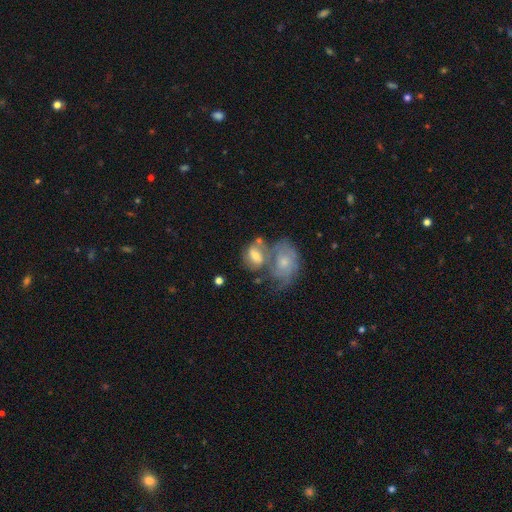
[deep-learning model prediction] Overall: featured or disk (49%; smooth 42%). Merging: merger (54%; none 24%).